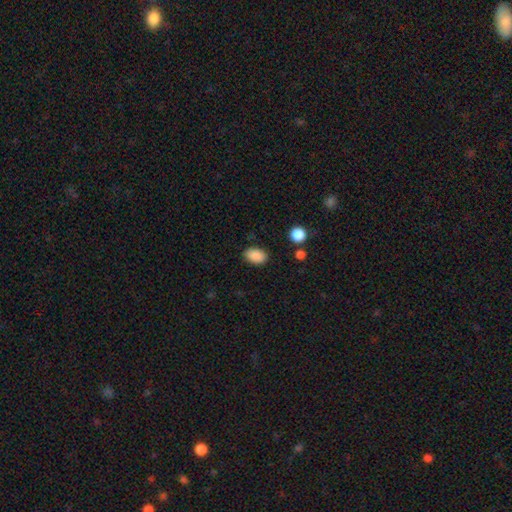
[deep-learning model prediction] The model was most divided on "how rounded": in between: 87%, round: 12%, cigar-shaped: 1%. More confident: smooth or featured — smooth (88%); merging — none (86%).